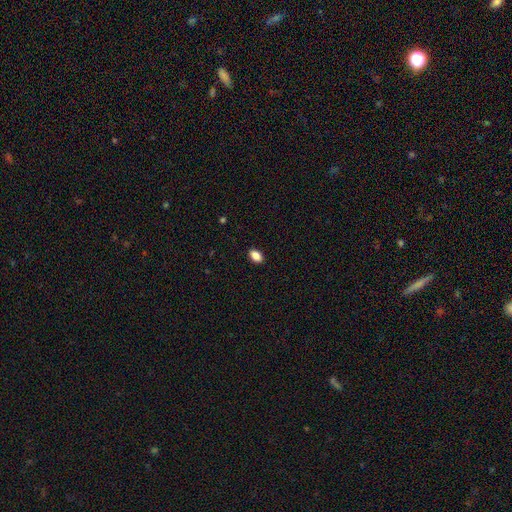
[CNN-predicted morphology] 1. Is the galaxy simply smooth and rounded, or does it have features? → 87% smooth, 9% star or artifact, 4% featured or disk.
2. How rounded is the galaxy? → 88% in between, 10% round, 2% cigar-shaped.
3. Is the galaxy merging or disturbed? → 89% none, 9% minor disturbance, 2% major disturbance, 1% merger.